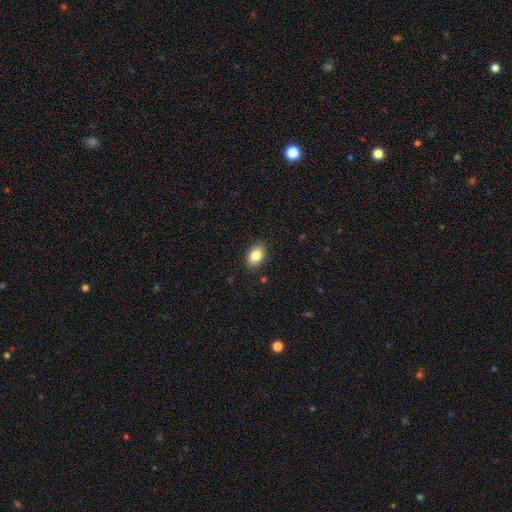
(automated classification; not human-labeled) The model was most divided on "how rounded": in between: 87%, round: 12%, cigar-shaped: 1%. More confident: merging — none (87%); smooth or featured — smooth (85%).